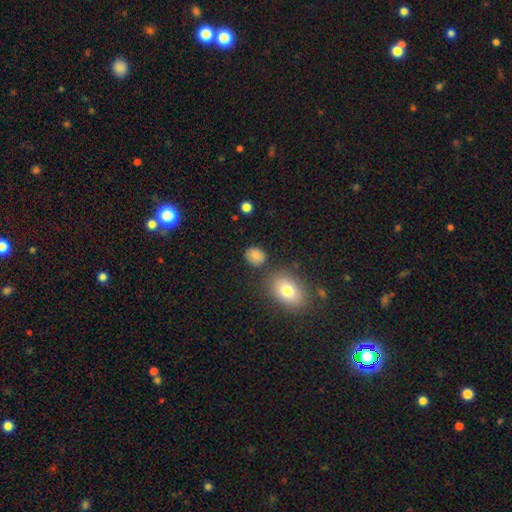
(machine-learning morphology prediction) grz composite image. It shows a smooth galaxy with no disk features (83%) that is round (57%). Merging: none (77%).